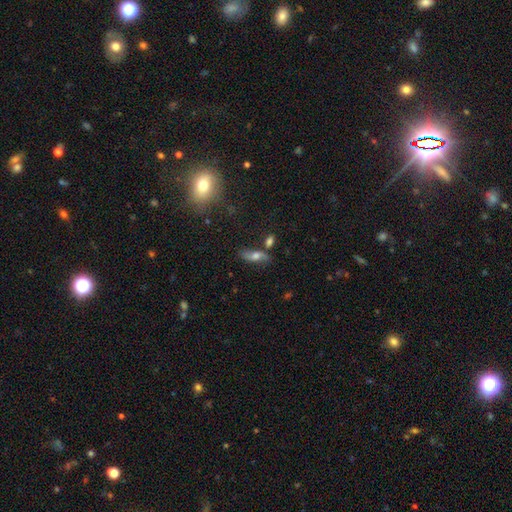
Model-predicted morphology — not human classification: Smooth or featured: smooth — 48% (featured or disk — 42%)
Merging: none — 60% (minor disturbance — 19%)